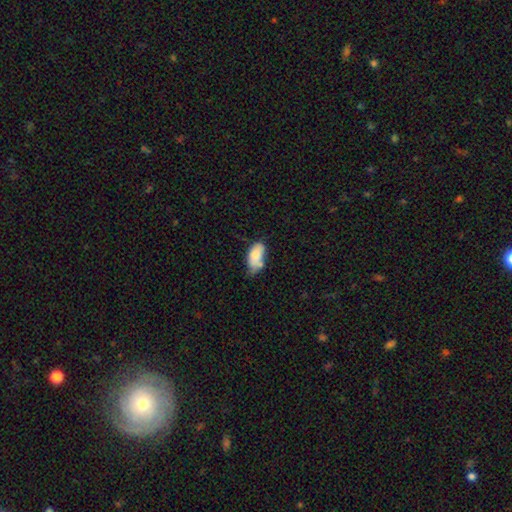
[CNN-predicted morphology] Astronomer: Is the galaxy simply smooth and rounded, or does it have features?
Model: smooth — 80%.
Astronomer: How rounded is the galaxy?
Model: in between — 93%.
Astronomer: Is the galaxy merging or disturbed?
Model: none — 44% (runner-up: minor disturbance, 35%).